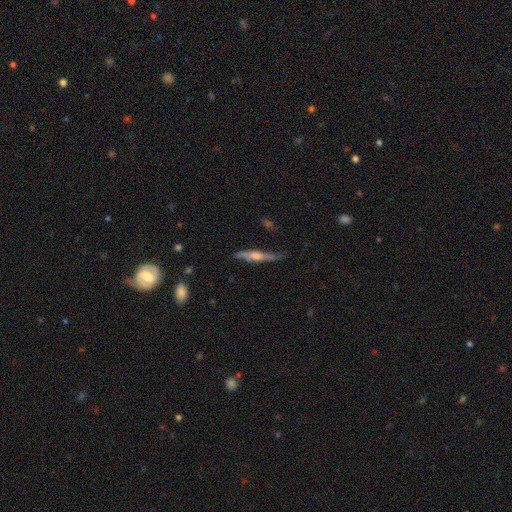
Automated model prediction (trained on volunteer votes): smooth_or_featured: featured or disk (p=0.75) [alt: smooth p=0.18]
disk_edge_on: yes (p=0.93) [alt: no p=0.07]
edge_on_bulge: rounded (p=0.84) [alt: boxy p=0.09]
merging: none (p=0.75) [alt: minor disturbance p=0.18]